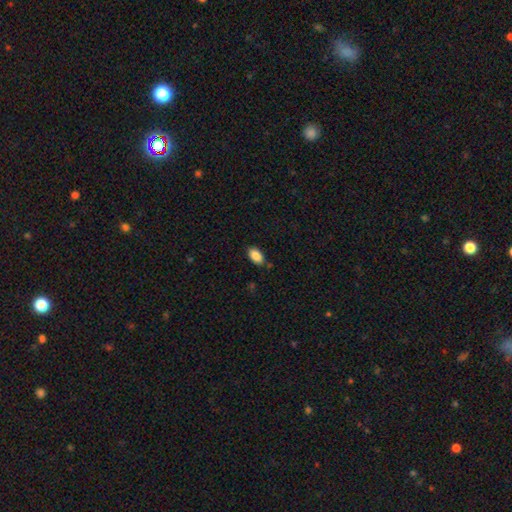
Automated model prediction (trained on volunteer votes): This appears to be a smooth galaxy with no disk features (88%) that is in between round and cigar-shaped (93%). Merging: none (84%).